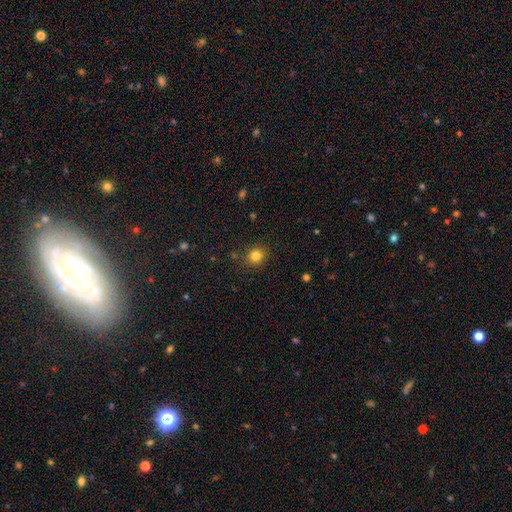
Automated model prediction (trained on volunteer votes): smooth 81%, star or artifact 13%, featured or disk 6%. Down the decision tree: how rounded — round (79%); merging — none (86%).